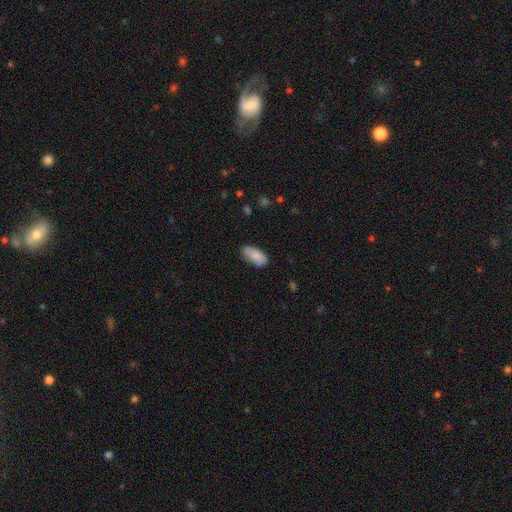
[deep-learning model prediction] Overall: smooth (85%). How rounded: in between (89%). Merging: none (75%).